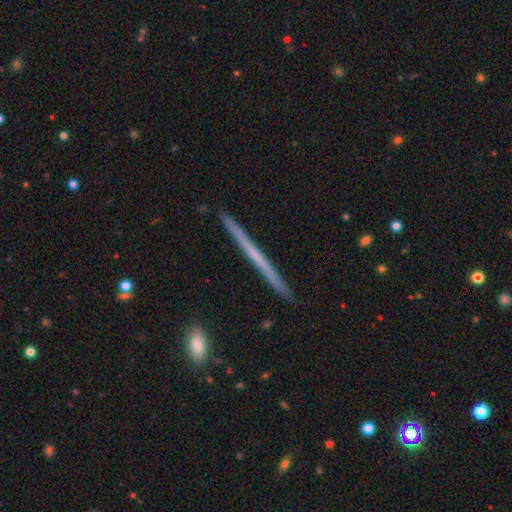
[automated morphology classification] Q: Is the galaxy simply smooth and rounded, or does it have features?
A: featured or disk — 56%.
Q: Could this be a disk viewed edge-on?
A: yes — 98%.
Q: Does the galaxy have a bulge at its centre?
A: none — 91%.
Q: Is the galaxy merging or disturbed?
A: none — 93%.